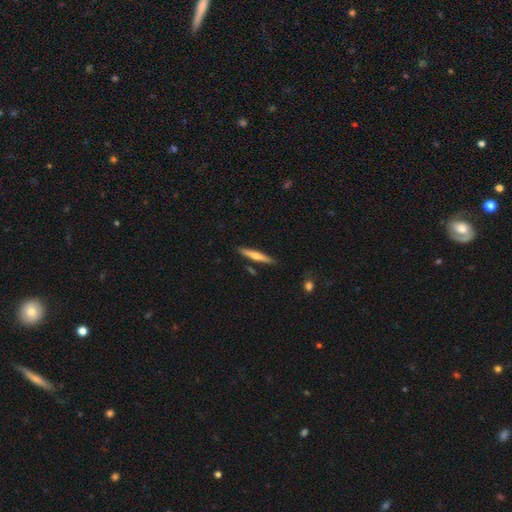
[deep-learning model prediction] Q: Smooth or featured?
A: smooth (49%); runner-up: featured or disk (46%)
Q: Merging?
A: none (87%); runner-up: minor disturbance (8%)